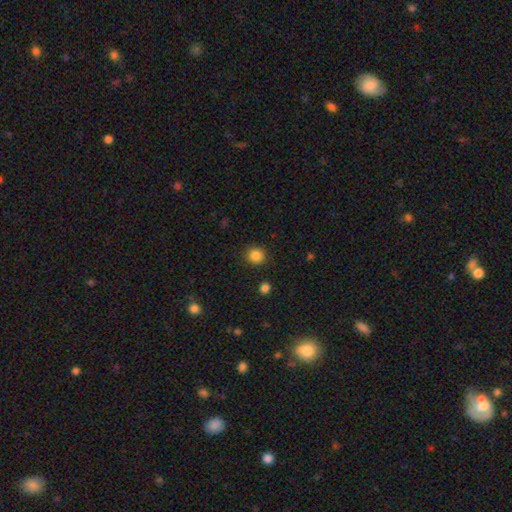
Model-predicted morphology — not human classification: Smooth or featured: smooth — 85% (star or artifact — 11%)
How rounded: round — 90% (in between — 9%)
Merging: none — 90% (minor disturbance — 7%)